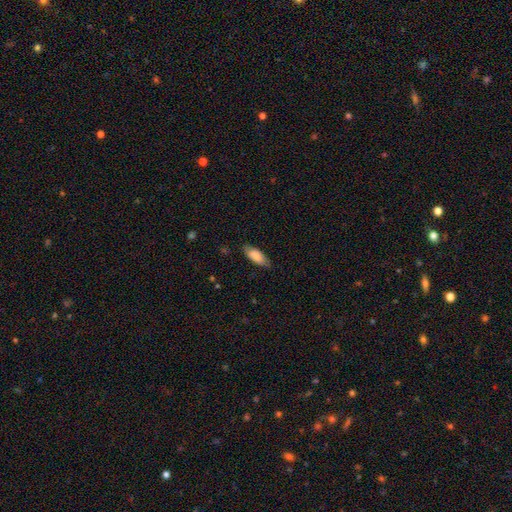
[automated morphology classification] A smooth galaxy with no disk features (84%) that is in between round and cigar-shaped (78%).

Vote fractions:
- Smooth or featured? smooth: 84% / featured or disk: 10% / star or artifact: 6%
- How rounded? in between: 78% / cigar-shaped: 20% / round: 2%
- Merging? none: 80% / minor disturbance: 16% / major disturbance: 3% / merger: 1%